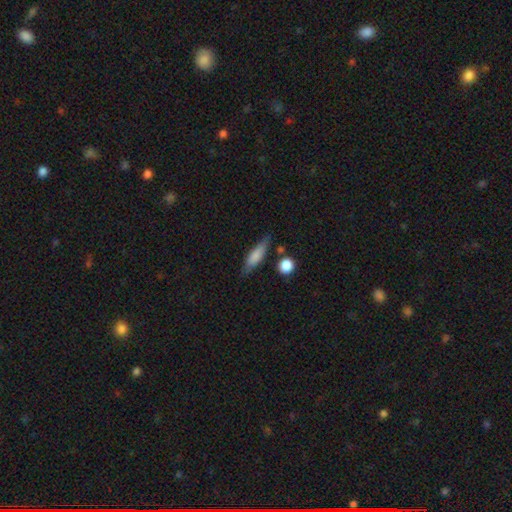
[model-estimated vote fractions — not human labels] This appears to be a smooth galaxy with no disk features (71%) that is cigar-shaped (58%). Merging: none (75%).